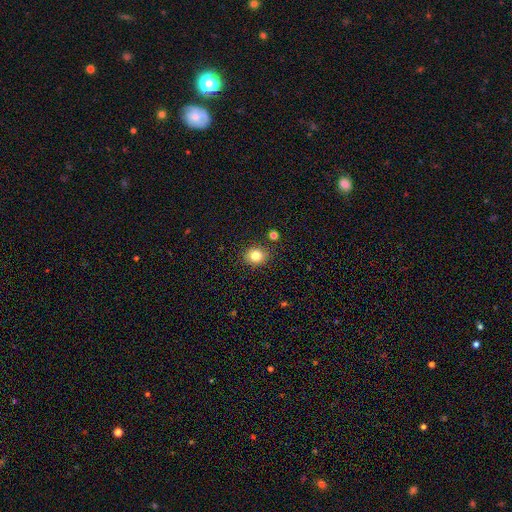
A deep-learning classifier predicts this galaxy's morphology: Smooth or featured? Predicted: smooth (p=0.82). How rounded? Predicted: round (p=0.66). Merging? Predicted: none (p=0.86).